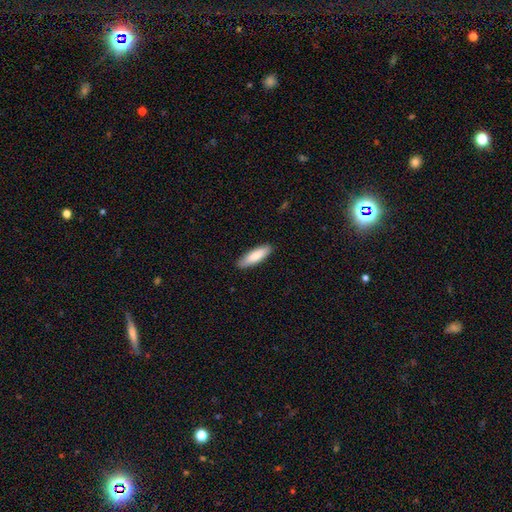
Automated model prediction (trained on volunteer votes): smooth_or_featured: smooth (p=0.84) [alt: featured or disk p=0.11]
how_rounded: cigar-shaped (p=0.56) [alt: in between p=0.42]
merging: none (p=0.89) [alt: minor disturbance p=0.08]